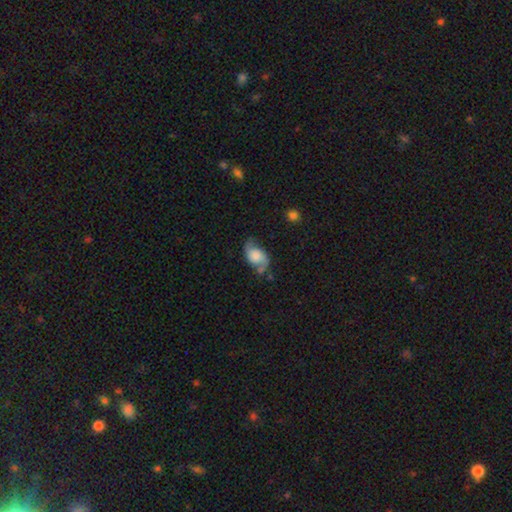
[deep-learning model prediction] smooth-or-featured: featured or disk: 60% | smooth: 32% | star or artifact: 8%
  disk-edge-on: no: 96% | yes: 4%
    bar: no: 68% | weak: 26% | strong: 6%
    has-spiral-arms: yes: 90% | no: 10%
      spiral-winding: loose: 61% | medium: 29% | tight: 10%
      spiral-arm-count: 2: 89% | 1: 4% | can't tell: 4% | 3: 1% | 4: 1% | more than 4: 1%
    bulge-size: large: 35% | none: 25% | moderate: 15% | dominant: 13% | small: 12%
  merging: none: 55% | minor disturbance: 27% | major disturbance: 12% | merger: 5%